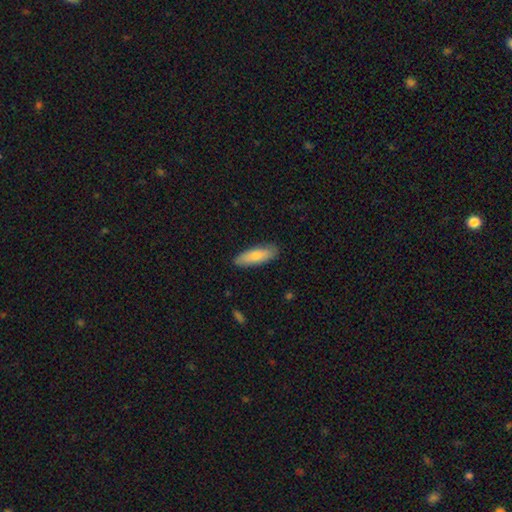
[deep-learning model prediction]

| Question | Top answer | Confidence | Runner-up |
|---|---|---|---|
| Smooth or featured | smooth | 80% | featured or disk (14%) |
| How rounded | in between | 52% | cigar-shaped (46%) |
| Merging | none | 85% | minor disturbance (11%) |